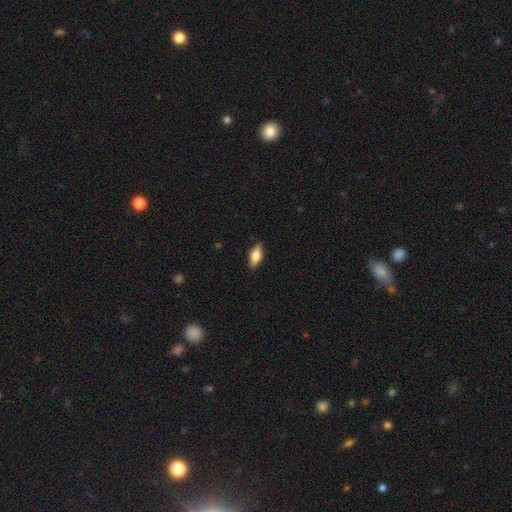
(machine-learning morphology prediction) smooth-or-featured: smooth: 66% | featured or disk: 27% | star or artifact: 7%
  how-rounded: in between: 80% | cigar-shaped: 16% | round: 4%
  merging: none: 87% | minor disturbance: 10% | major disturbance: 2% | merger: 1%